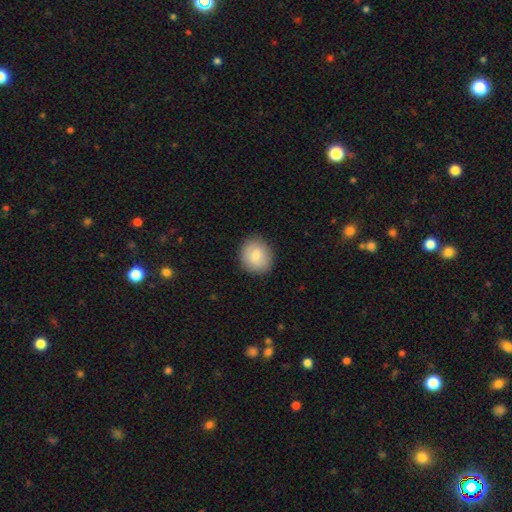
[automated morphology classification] Smooth or featured?
  - smooth: 79% *
  - featured or disk: 13%
  - star or artifact: 7%
How rounded?
  - round: 76% *
  - in between: 23%
  - cigar-shaped: 1%
Merging?
  - none: 87% *
  - minor disturbance: 10%
  - major disturbance: 2%
  - merger: 1%